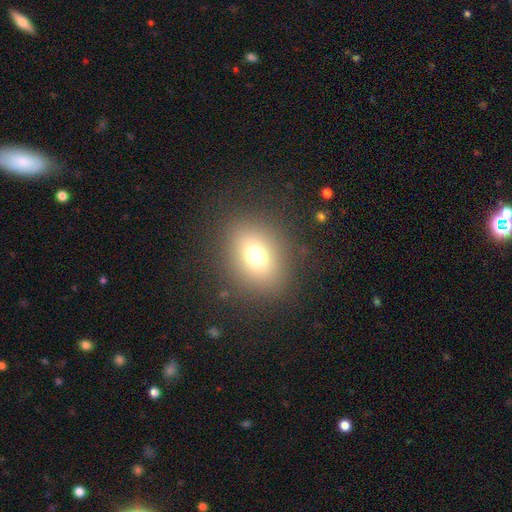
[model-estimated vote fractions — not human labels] A smooth galaxy with no disk features (72%) that is round (50%). Merging: none (85%).